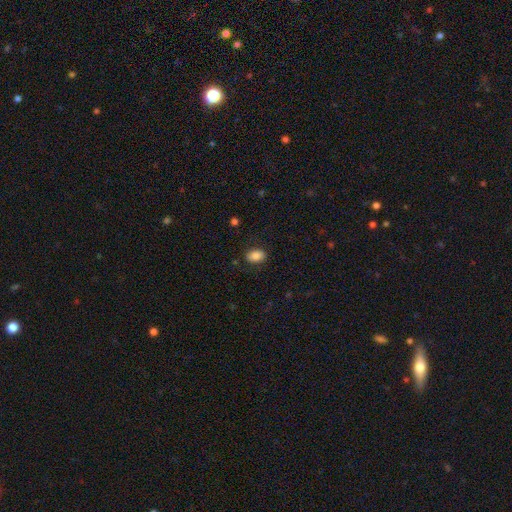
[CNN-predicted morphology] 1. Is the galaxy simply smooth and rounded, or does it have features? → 83% smooth, 8% star or artifact, 8% featured or disk.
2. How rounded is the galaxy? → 85% in between, 14% round, 1% cigar-shaped.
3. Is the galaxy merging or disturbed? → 85% none, 11% minor disturbance, 3% major disturbance, 1% merger.